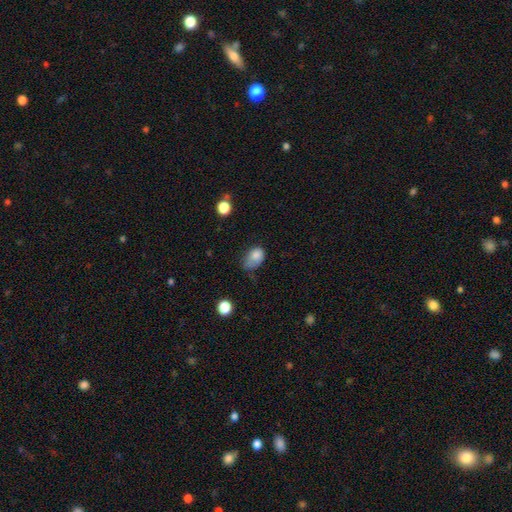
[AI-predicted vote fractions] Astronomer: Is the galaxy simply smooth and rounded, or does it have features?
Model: smooth — 79%.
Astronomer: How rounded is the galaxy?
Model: in between — 77%.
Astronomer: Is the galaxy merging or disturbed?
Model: minor disturbance — 41% (runner-up: major disturbance, 29%).